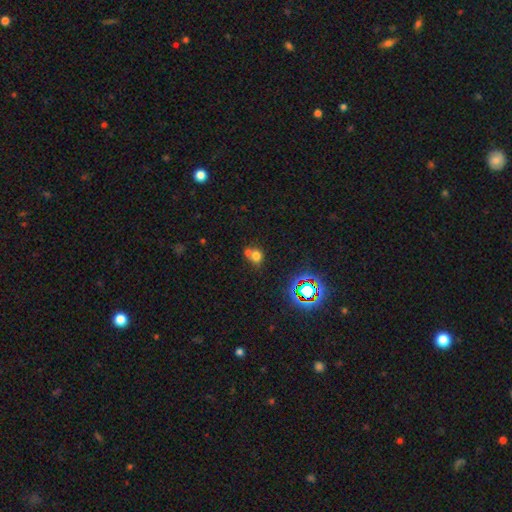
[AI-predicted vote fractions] smooth 68%, star or artifact 20%, featured or disk 12%. Down the decision tree: how rounded — round (70%); merging — merger (43%).